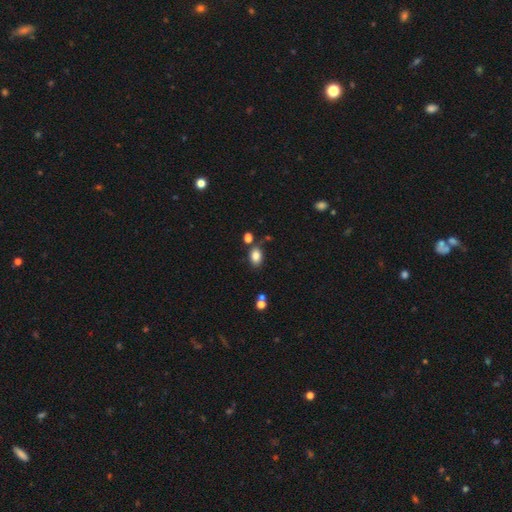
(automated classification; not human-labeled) Overall: smooth (83%). How rounded: in between (83%). Merging: none (71%).